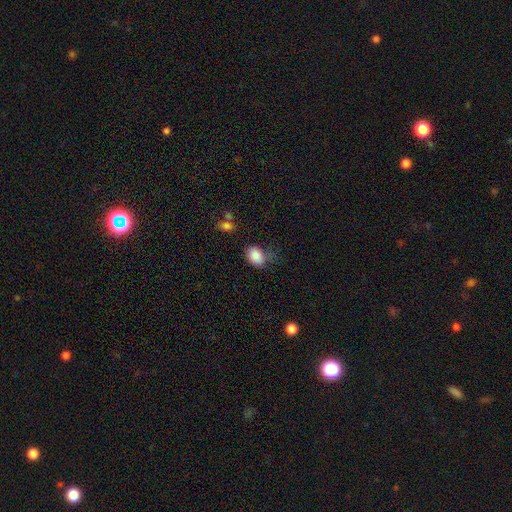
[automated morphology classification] A smooth galaxy with no disk features (86%) that is in between round and cigar-shaped (75%).

Vote fractions:
- Smooth or featured? smooth: 86% / star or artifact: 8% / featured or disk: 6%
- How rounded? in between: 75% / round: 24% / cigar-shaped: 1%
- Merging? none: 56% / minor disturbance: 30% / major disturbance: 11% / merger: 4%